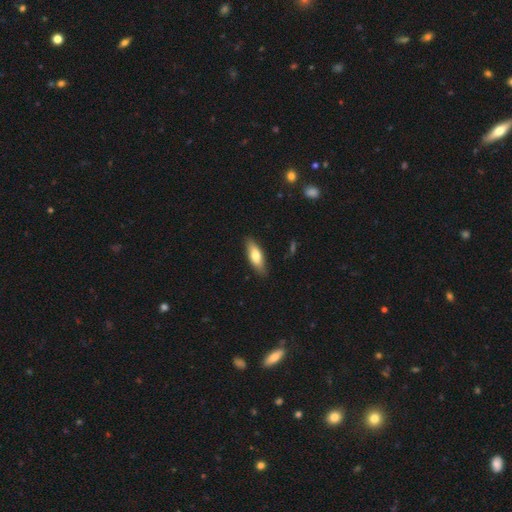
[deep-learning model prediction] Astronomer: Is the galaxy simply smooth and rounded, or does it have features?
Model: smooth — 72%.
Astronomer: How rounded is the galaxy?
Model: in between — 62%.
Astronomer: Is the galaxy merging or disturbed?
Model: none — 85%.